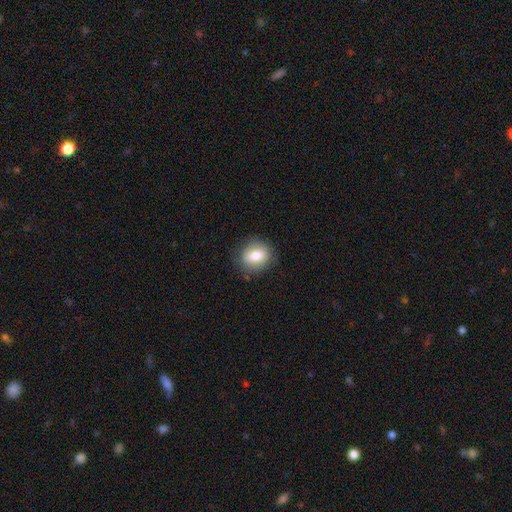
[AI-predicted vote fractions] This is likely a smooth galaxy (79%). How rounded: possibly round (53%). Merging: clearly none (82%).